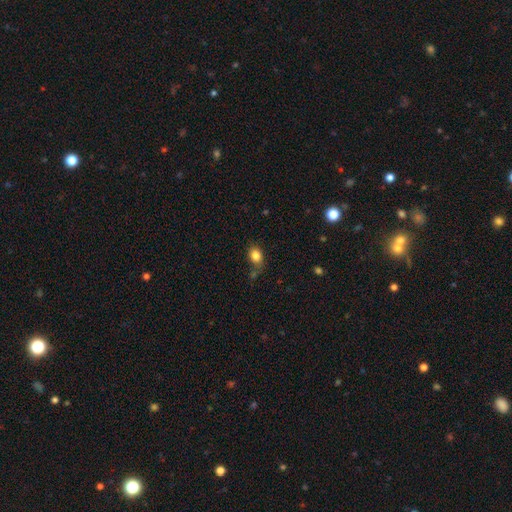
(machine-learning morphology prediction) Overall: smooth (84%). How rounded: in between (59%; round 40%). Merging: none (64%).